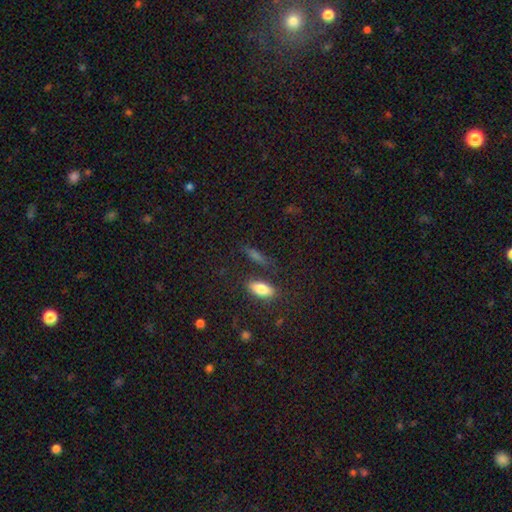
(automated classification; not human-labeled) Smooth or featured? Predicted: smooth (p=0.66). How rounded? Predicted: in between (p=0.53). Merging? Predicted: none (p=0.76).